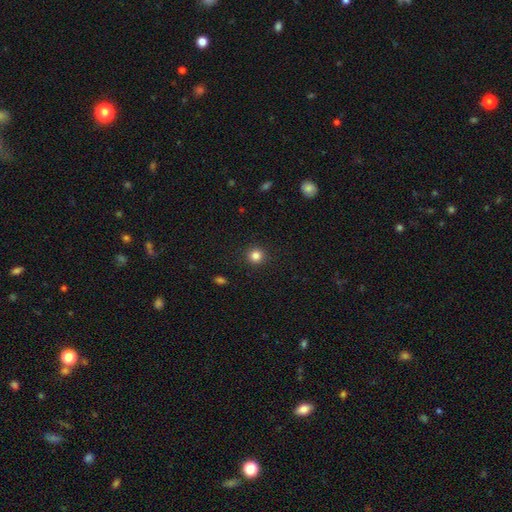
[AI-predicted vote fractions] Smooth or featured?
  - smooth: 84% *
  - star or artifact: 12%
  - featured or disk: 5%
How rounded?
  - round: 94% *
  - in between: 5%
  - cigar-shaped: 1%
Merging?
  - none: 92% *
  - minor disturbance: 5%
  - major disturbance: 2%
  - merger: 1%